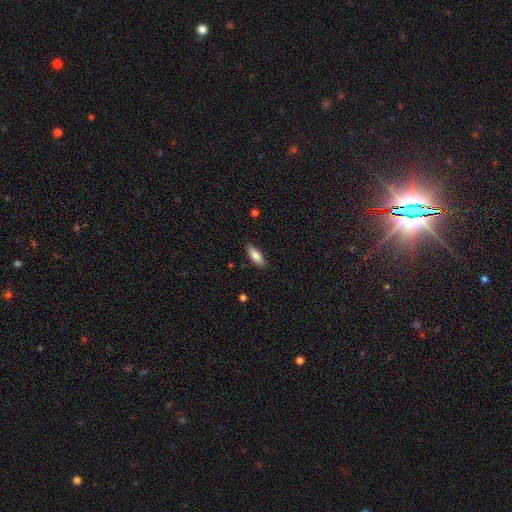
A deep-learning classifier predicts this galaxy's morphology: Smooth or featured: smooth — 82% (featured or disk — 12%)
How rounded: in between — 72% (cigar-shaped — 26%)
Merging: none — 86% (minor disturbance — 11%)